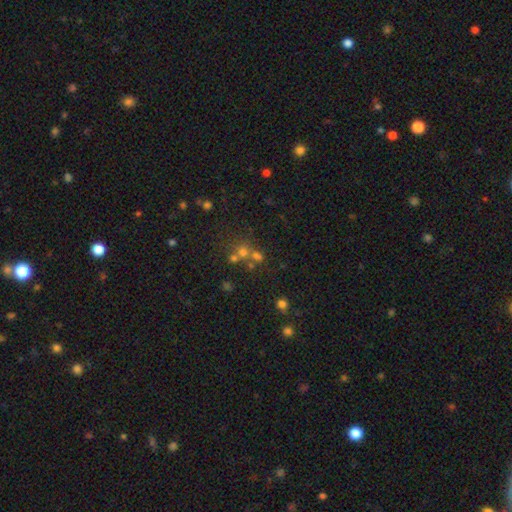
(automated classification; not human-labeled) A smooth galaxy with no disk features (45%).

Vote fractions:
- Smooth or featured? smooth: 45% / star or artifact: 39% / featured or disk: 16%
- Merging? none: 51% / merger: 37% / minor disturbance: 7% / major disturbance: 5%